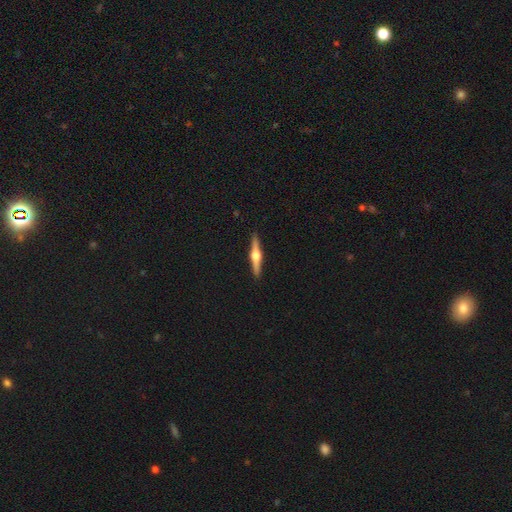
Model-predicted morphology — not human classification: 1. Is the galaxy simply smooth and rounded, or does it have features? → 81% featured or disk, 14% smooth, 5% star or artifact.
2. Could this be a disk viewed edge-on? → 98% yes, 2% no.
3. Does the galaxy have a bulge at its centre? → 95% rounded, 3% boxy, 1% none.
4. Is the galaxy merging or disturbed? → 92% none, 6% minor disturbance, 1% major disturbance, 1% merger.